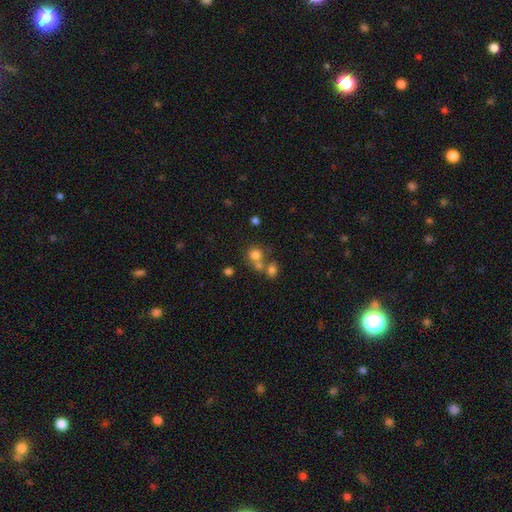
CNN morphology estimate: Overall: smooth (74%). How rounded: round (83%). Merging: none (49%; merger 38%).